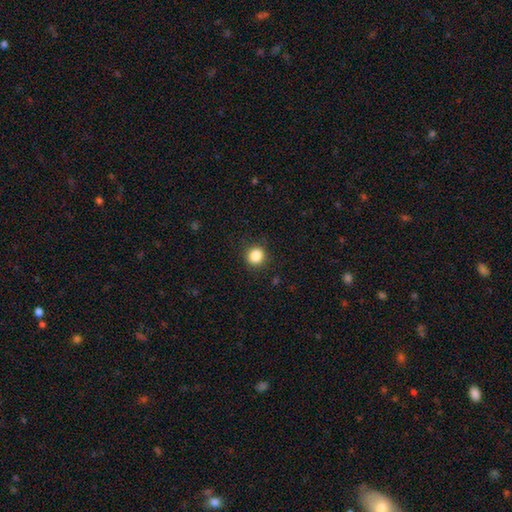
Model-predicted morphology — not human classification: smooth_or_featured: smooth (p=0.85) [alt: star or artifact p=0.11]
how_rounded: round (p=0.91) [alt: in between p=0.08]
merging: none (p=0.89) [alt: minor disturbance p=0.07]